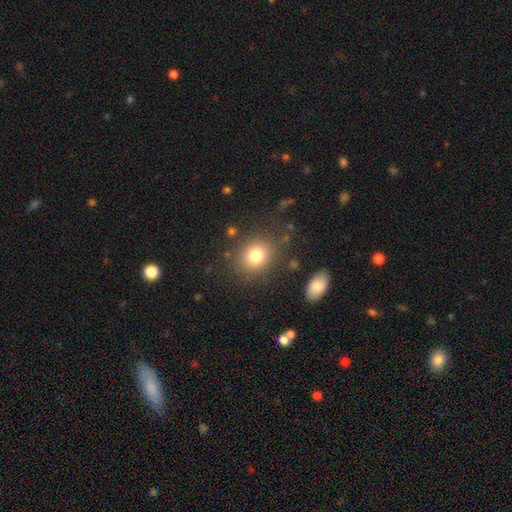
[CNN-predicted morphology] smooth-or-featured: smooth: 79% | star or artifact: 12% | featured or disk: 9%
  how-rounded: round: 73% | in between: 26% | cigar-shaped: 1%
  merging: none: 82% | minor disturbance: 10% | major disturbance: 5% | merger: 3%